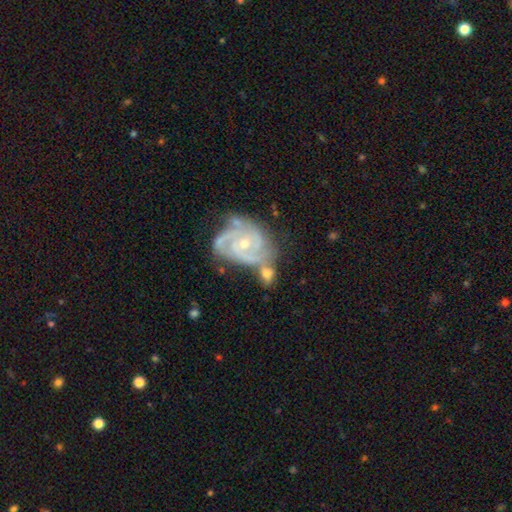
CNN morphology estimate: A featured or disk galaxy (89%) with no bar (68%), 3 (46%) tight (62%) spiral arms (97%) and a small central bulge (56%).

Vote fractions:
- Smooth or featured? featured or disk: 89% / smooth: 6% / star or artifact: 5%
- Edge-on disk? no: 98% / yes: 2%
- Bar? no: 68% / weak: 25% / strong: 7%
- Spiral arms? yes: 97% / no: 3%
- Spiral winding? tight: 62% / medium: 33% / loose: 6%
- Spiral arm count? 3: 46% / 2: 23% / can't tell: 12% / 4: 10% / 1: 4% / more than 4: 4%
- Bulge size? small: 56% / moderate: 41% / large: 1% / none: 1% / dominant: 1%
- Merging? none: 41% / minor disturbance: 24% / merger: 24% / major disturbance: 12%